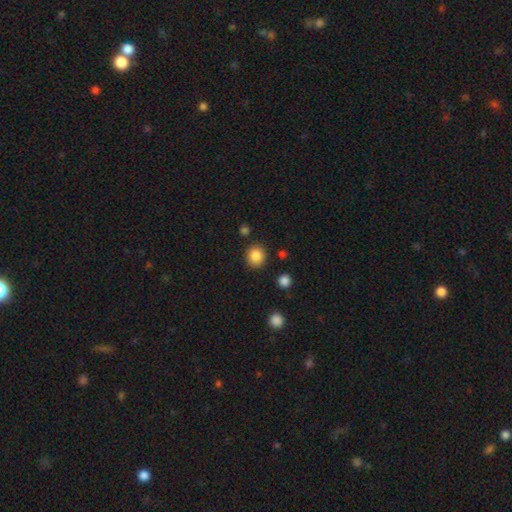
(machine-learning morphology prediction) Overall: smooth (86%). How rounded: round (83%). Merging: none (87%).